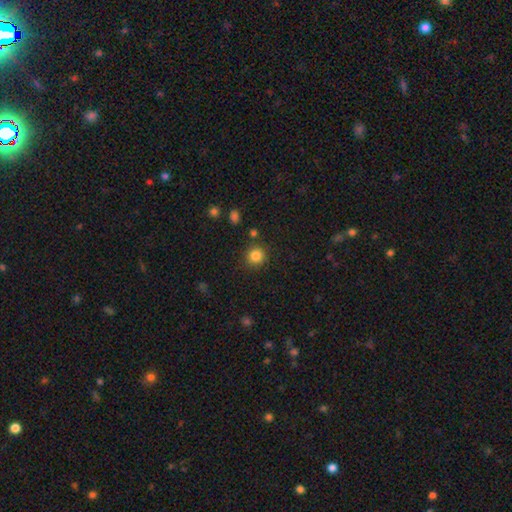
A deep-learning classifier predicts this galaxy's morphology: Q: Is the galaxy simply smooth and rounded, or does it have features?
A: smooth — 84%.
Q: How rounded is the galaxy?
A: round — 91%.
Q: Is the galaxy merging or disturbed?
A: none — 86%.